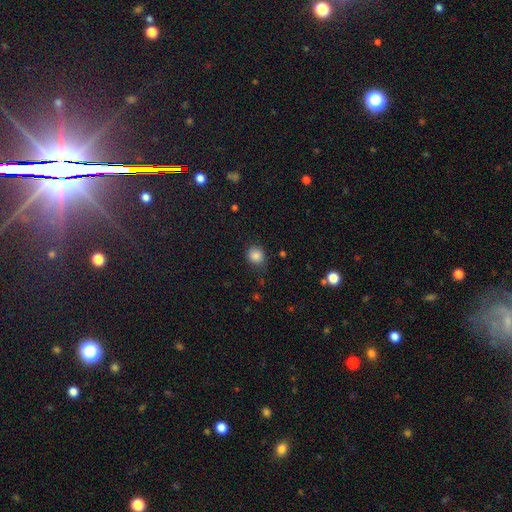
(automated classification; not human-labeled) smooth-or-featured: smooth: 85% | star or artifact: 11% | featured or disk: 4%
  how-rounded: round: 82% | in between: 17% | cigar-shaped: 1%
  merging: none: 76% | minor disturbance: 18% | major disturbance: 5% | merger: 1%